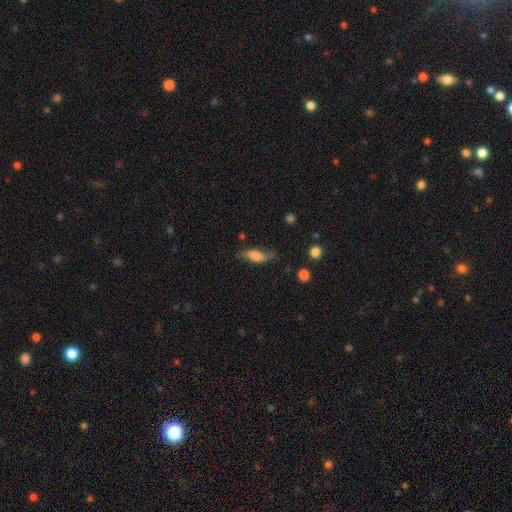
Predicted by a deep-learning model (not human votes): Smooth or featured? smooth (68%)
How rounded? in between (68%)
Merging? none (68%)